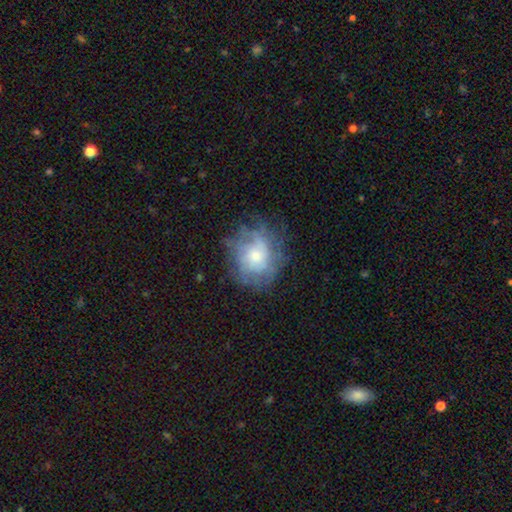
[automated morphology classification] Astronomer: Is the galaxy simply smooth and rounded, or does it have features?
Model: featured or disk — 55% (runner-up: smooth, 34%).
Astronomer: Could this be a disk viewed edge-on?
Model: no — 97%.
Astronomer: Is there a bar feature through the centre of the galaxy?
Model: no — 83%.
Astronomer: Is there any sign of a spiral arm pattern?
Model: yes — 62% (runner-up: no, 38%).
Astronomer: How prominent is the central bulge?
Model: small — 45% (runner-up: moderate, 43%).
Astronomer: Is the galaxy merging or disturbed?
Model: none — 67%.